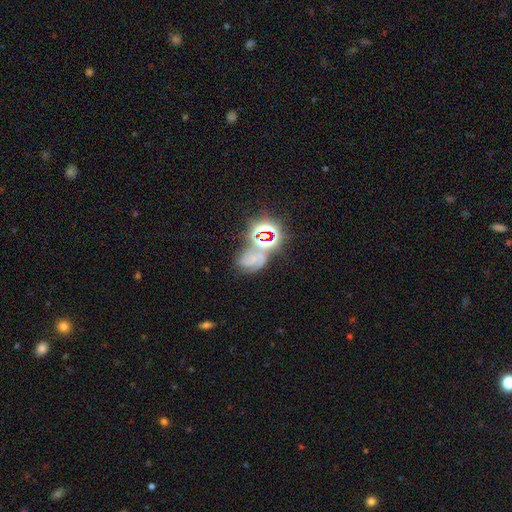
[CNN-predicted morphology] This is possibly a star or artifact rather than a galaxy (56%).